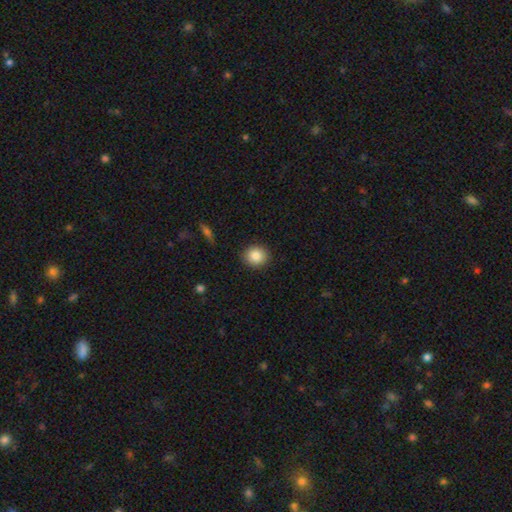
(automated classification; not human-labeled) Smooth or featured: smooth — 86% (star or artifact — 8%)
How rounded: round — 80% (in between — 19%)
Merging: none — 89% (minor disturbance — 8%)